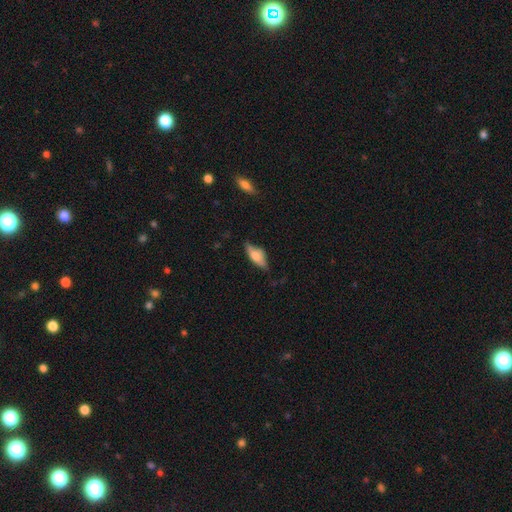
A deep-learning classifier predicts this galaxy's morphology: smooth_or_featured: smooth (p=0.59) [alt: featured or disk p=0.35]
how_rounded: in between (p=0.76) [alt: cigar-shaped p=0.21]
merging: none (p=0.61) [alt: minor disturbance p=0.29]